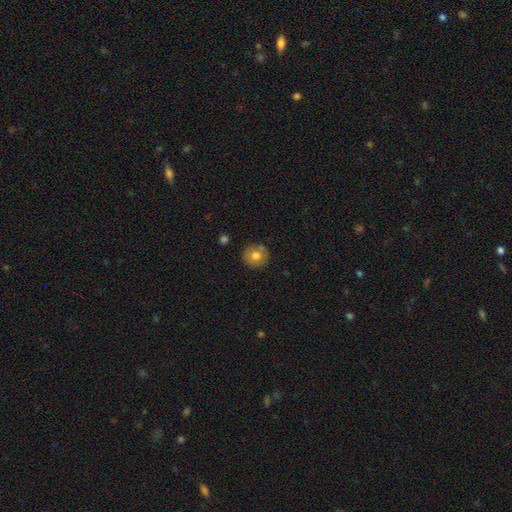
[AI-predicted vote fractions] The model was most divided on "smooth or featured": smooth: 76%, featured or disk: 14%, star or artifact: 9%. More confident: how rounded — round (90%); merging — none (84%).